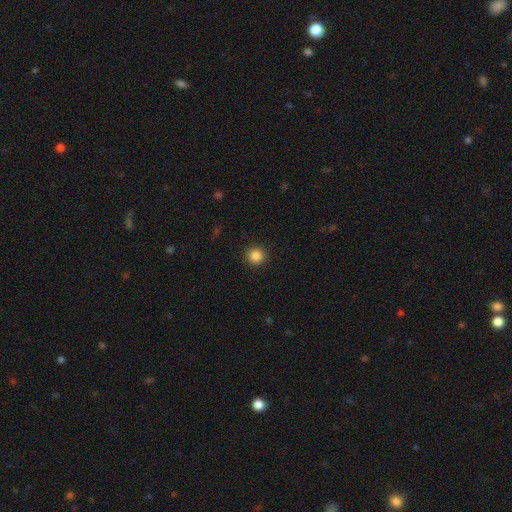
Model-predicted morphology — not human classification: smooth-or-featured: smooth: 86% | star or artifact: 10% | featured or disk: 3%
  how-rounded: round: 95% | in between: 4% | cigar-shaped: 1%
  merging: none: 92% | minor disturbance: 5% | major disturbance: 2% | merger: 1%